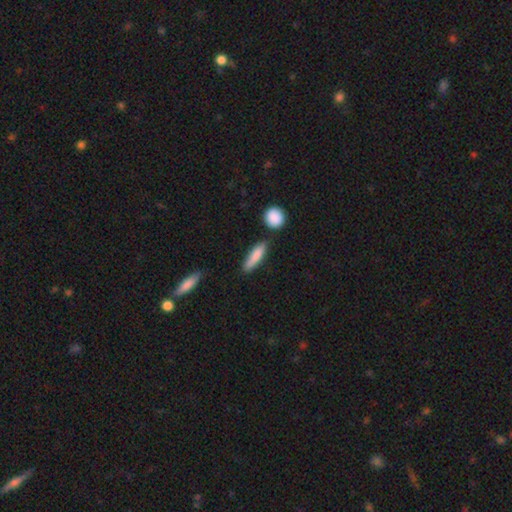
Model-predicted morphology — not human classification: Smooth or featured: smooth — 81% (featured or disk — 12%)
How rounded: cigar-shaped — 73% (in between — 24%)
Merging: none — 75% (minor disturbance — 15%)